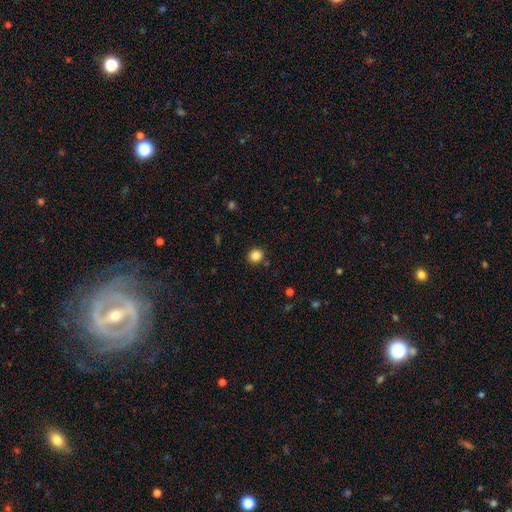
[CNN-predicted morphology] A smooth galaxy with no disk features (84%) that is round (86%).

Vote fractions:
- Smooth or featured? smooth: 84% / star or artifact: 11% / featured or disk: 5%
- How rounded? round: 86% / in between: 13% / cigar-shaped: 1%
- Merging? none: 87% / minor disturbance: 8% / merger: 3% / major disturbance: 2%